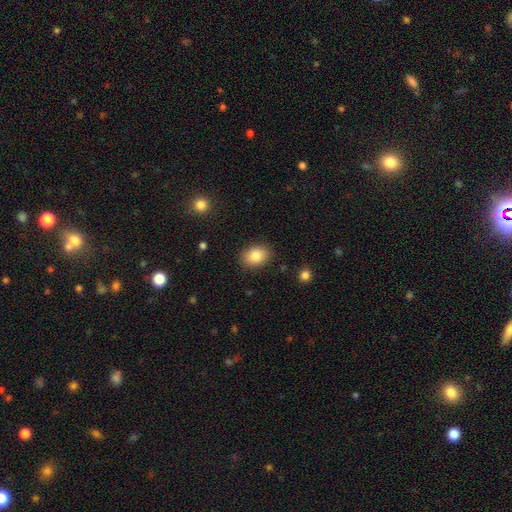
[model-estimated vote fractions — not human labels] Smooth or featured? Predicted: smooth (p=0.84). How rounded? Predicted: in between (p=0.70). Merging? Predicted: none (p=0.87).